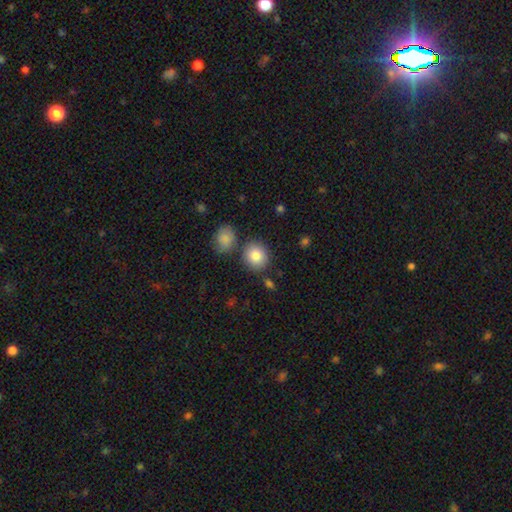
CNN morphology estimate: This is clearly a smooth galaxy (84%). How rounded: clearly round (82%). Merging: likely none (79%).